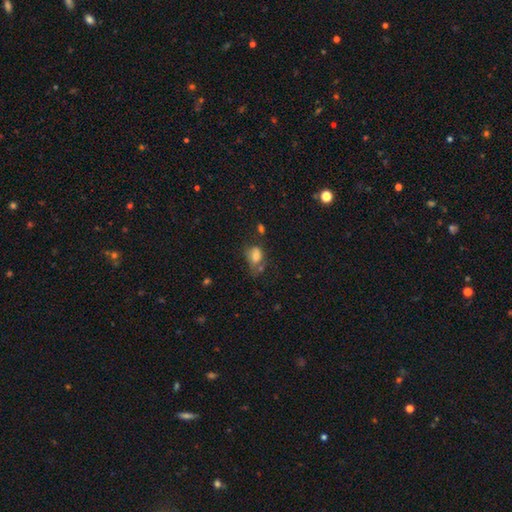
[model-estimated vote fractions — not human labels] This appears to be a smooth galaxy with no disk features (70%) that is in between round and cigar-shaped (75%). Merging: none (42%).